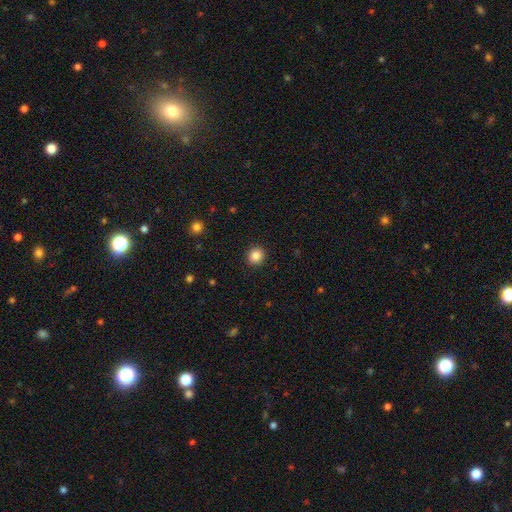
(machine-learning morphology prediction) Smooth or featured? smooth (85%)
How rounded? round (90%)
Merging? none (92%)